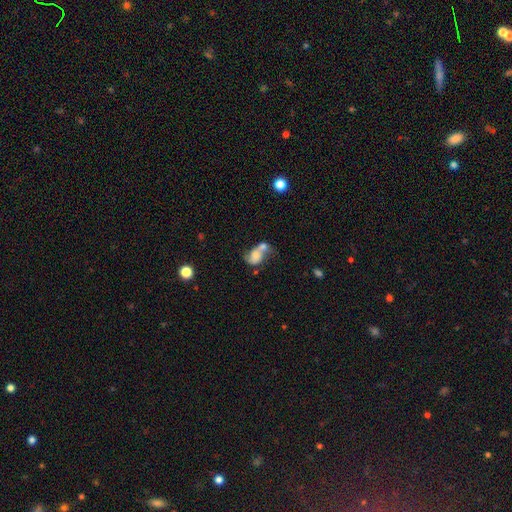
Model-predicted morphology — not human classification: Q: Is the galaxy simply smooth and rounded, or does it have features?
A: smooth — 49%.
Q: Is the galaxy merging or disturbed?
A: merger — 61%.